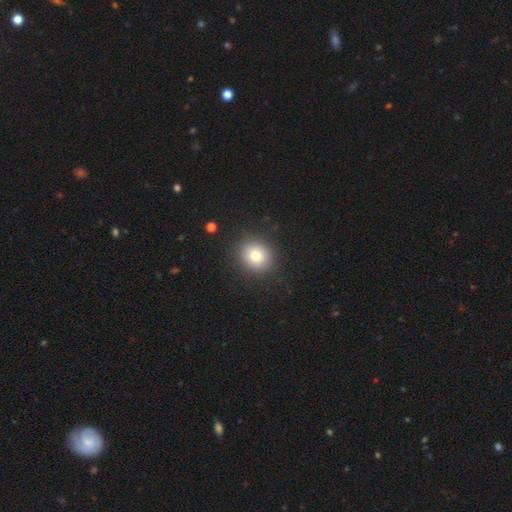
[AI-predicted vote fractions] A smooth galaxy with no disk features (77%) that is round (83%). Merging: none (89%).